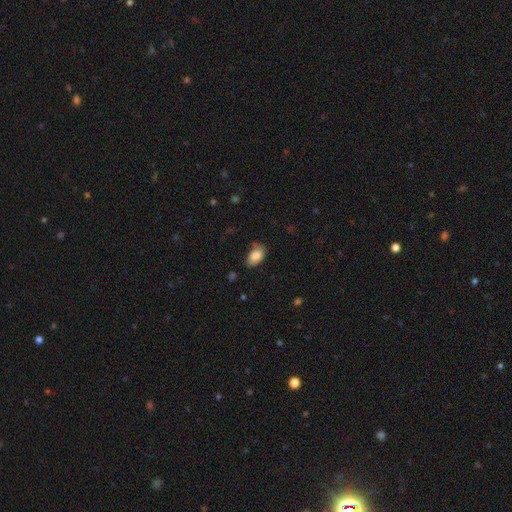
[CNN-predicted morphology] Smooth or featured? smooth (84%)
How rounded? in between (89%)
Merging? none (53%)